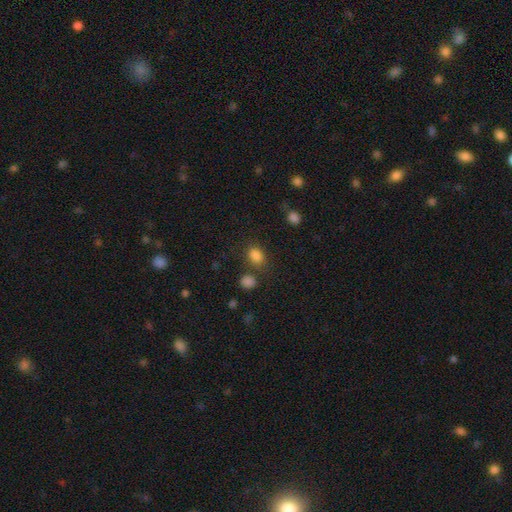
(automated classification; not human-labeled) Q: Smooth or featured?
A: smooth (82%); runner-up: star or artifact (13%)
Q: How rounded?
A: in between (62%); runner-up: round (36%)
Q: Merging?
A: none (67%); runner-up: minor disturbance (15%)